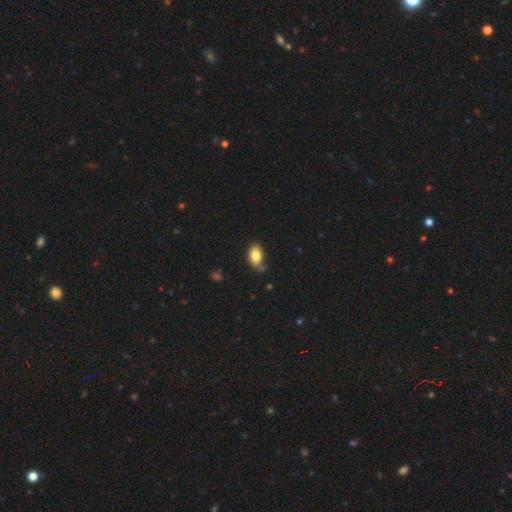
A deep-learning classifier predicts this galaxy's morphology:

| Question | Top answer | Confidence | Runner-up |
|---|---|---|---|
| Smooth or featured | smooth | 82% | featured or disk (10%) |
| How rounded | in between | 90% | round (8%) |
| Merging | none | 69% | minor disturbance (21%) |